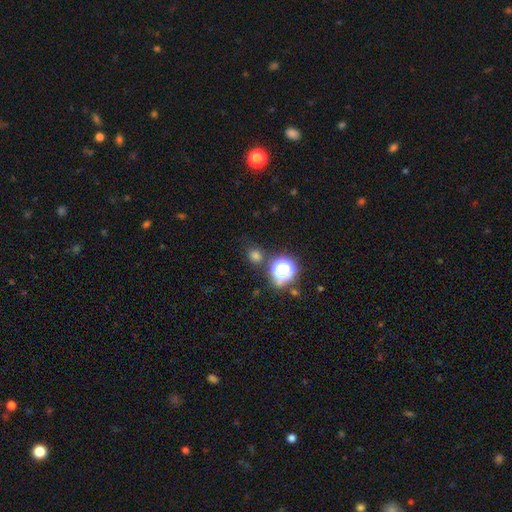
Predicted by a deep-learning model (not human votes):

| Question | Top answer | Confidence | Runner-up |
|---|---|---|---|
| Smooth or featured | smooth | 68% | star or artifact (27%) |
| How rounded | round | 84% | in between (15%) |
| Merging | none | 79% | minor disturbance (10%) |